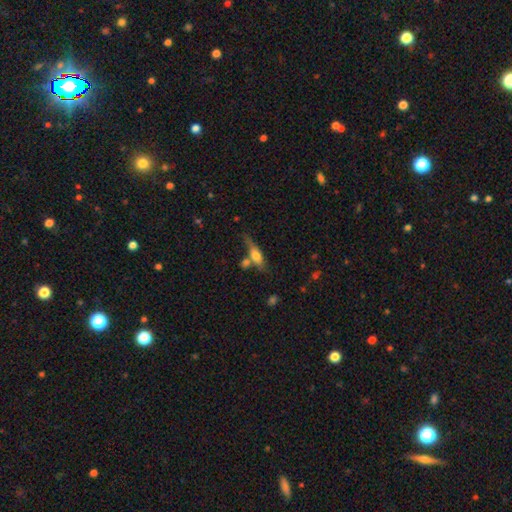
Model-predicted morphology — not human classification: Smooth or featured? smooth (59%)
How rounded? in between (49%)
Merging? none (49%)